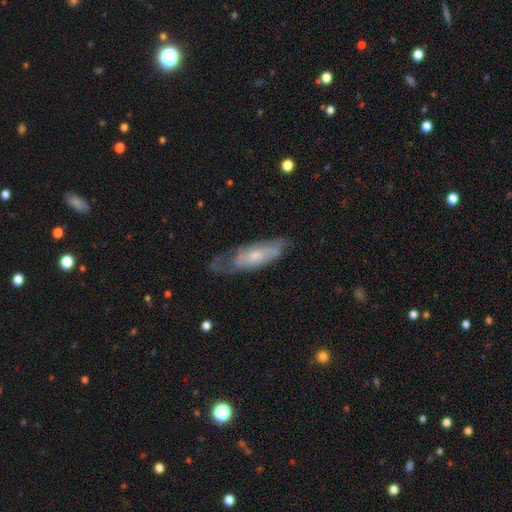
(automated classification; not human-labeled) A featured or disk galaxy (52%).

Vote fractions:
- Smooth or featured? featured or disk: 52% / smooth: 42% / star or artifact: 6%
- Edge-on disk? no: 76% / yes: 24%
- Merging? none: 45% / minor disturbance: 32% / major disturbance: 21% / merger: 2%